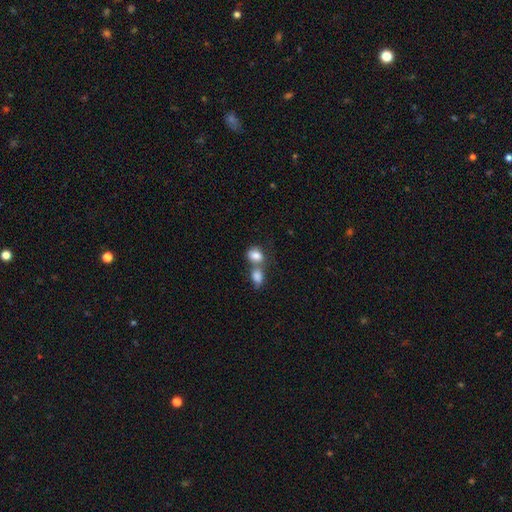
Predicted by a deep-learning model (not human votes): Morphology: type=smooth (83%); roundness=in between (65%); merging=merger (60%).